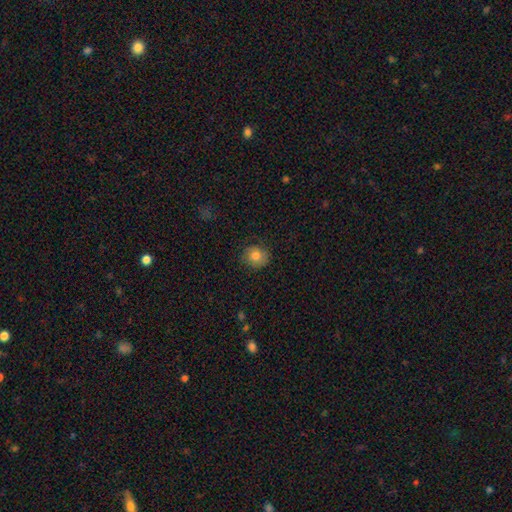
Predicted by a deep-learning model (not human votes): Smooth or featured? smooth (81%)
How rounded? round (81%)
Merging? none (82%)